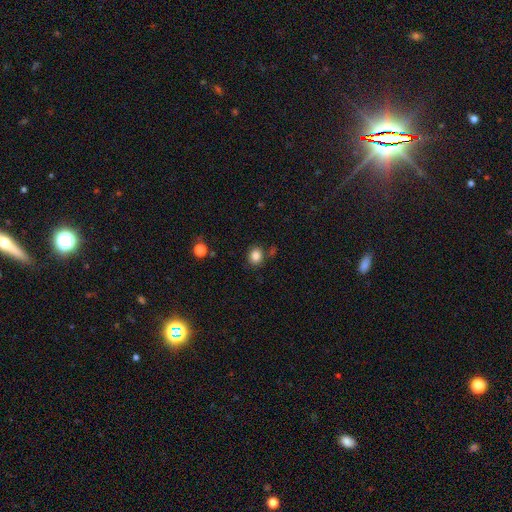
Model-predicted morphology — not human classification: This is clearly a smooth galaxy (85%). How rounded: likely round (75%). Merging: likely none (79%).